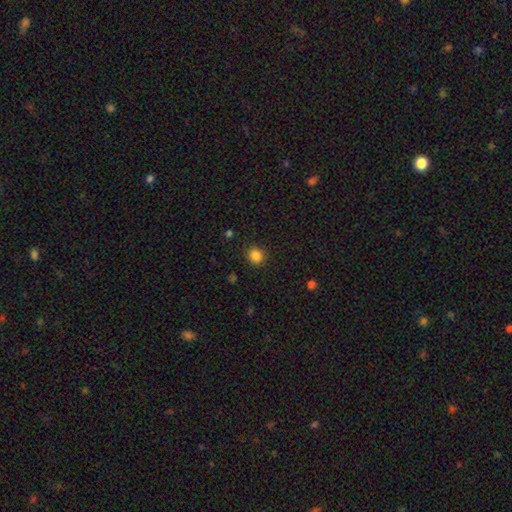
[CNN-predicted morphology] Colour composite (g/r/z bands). It shows a smooth galaxy with no disk features (85%) that is round (83%). Merging: none (89%).